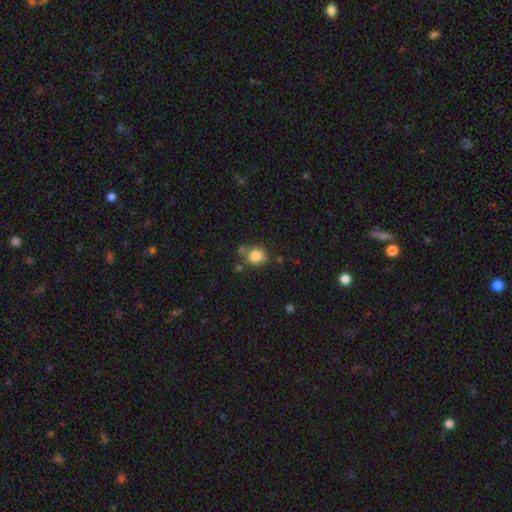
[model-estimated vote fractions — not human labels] smooth-or-featured: smooth: 82% | star or artifact: 10% | featured or disk: 7%
  how-rounded: round: 73% | in between: 26% | cigar-shaped: 1%
  merging: none: 66% | minor disturbance: 15% | merger: 14% | major disturbance: 4%